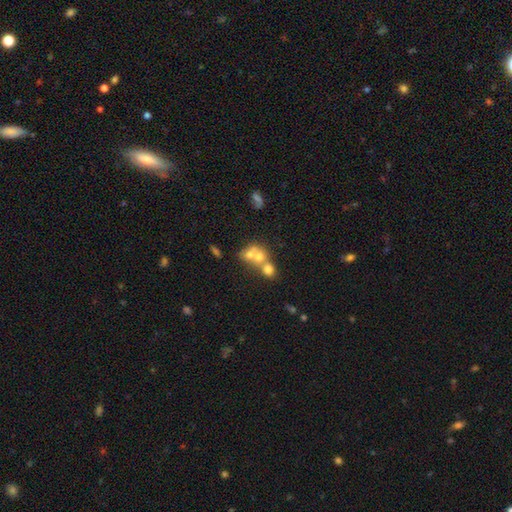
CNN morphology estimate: Smooth or featured?
  - smooth: 60% *
  - featured or disk: 27%
  - star or artifact: 13%
How rounded?
  - round: 67% *
  - in between: 32%
  - cigar-shaped: 1%
Merging?
  - merger: 65% *
  - none: 24%
  - minor disturbance: 6%
  - major disturbance: 4%